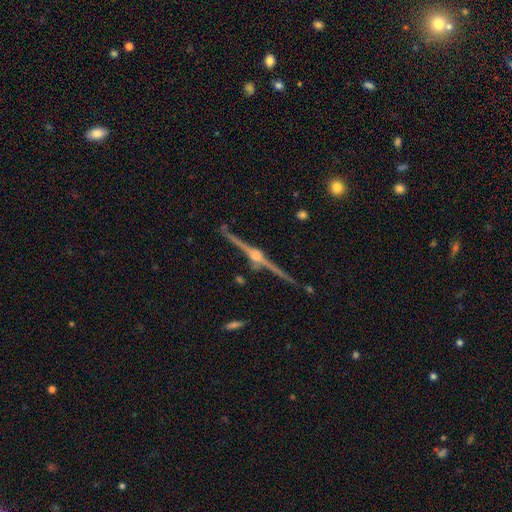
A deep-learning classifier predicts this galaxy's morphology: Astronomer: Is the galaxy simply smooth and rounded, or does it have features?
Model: featured or disk — 88%.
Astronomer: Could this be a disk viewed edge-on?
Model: yes — 98%.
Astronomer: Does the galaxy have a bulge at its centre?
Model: rounded — 93%.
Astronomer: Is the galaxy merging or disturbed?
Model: none — 88%.